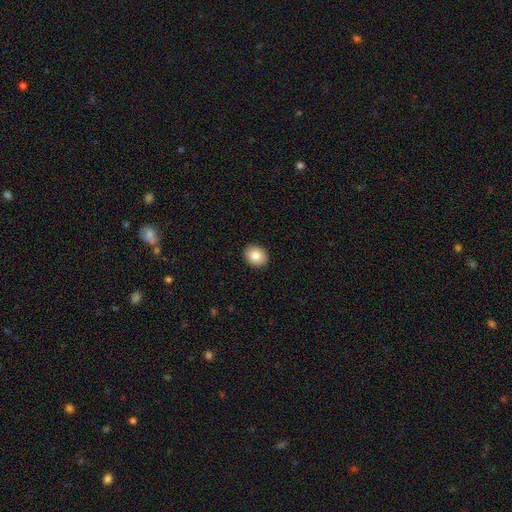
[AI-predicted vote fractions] smooth-or-featured: smooth: 83% | featured or disk: 9% | star or artifact: 8%
  how-rounded: round: 53% | in between: 47% | cigar-shaped: 1%
  merging: none: 92% | minor disturbance: 6% | major disturbance: 1% | merger: 1%